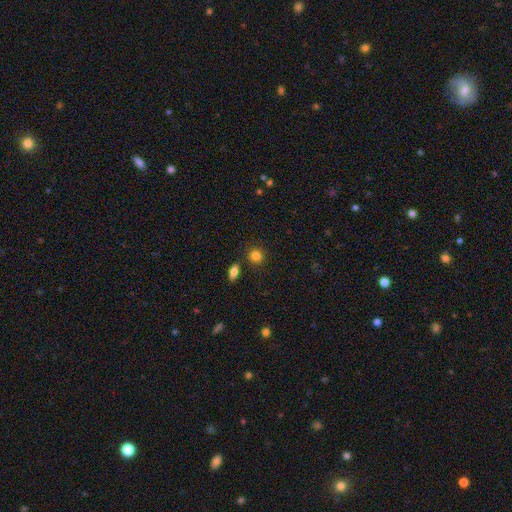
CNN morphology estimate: smooth_or_featured: smooth (p=0.84) [alt: star or artifact p=0.11]
how_rounded: round (p=0.80) [alt: in between p=0.18]
merging: none (p=0.81) [alt: minor disturbance p=0.09]